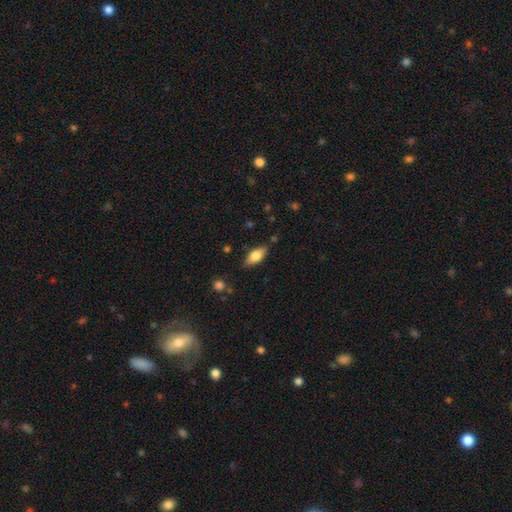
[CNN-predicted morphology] Smooth or featured? smooth (74%)
How rounded? in between (83%)
Merging? none (82%)